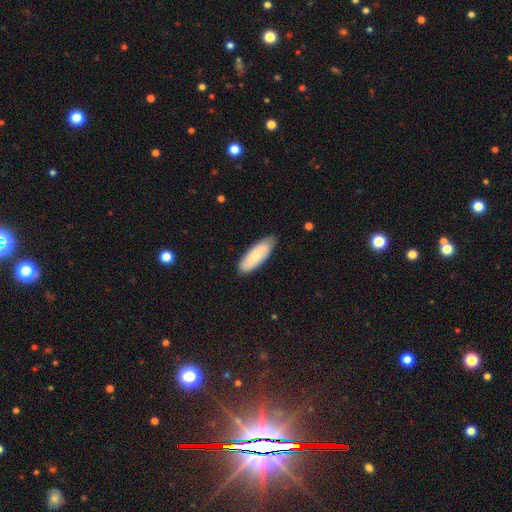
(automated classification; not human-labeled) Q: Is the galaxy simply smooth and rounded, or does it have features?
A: smooth — 68%.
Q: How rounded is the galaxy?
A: in between — 69%.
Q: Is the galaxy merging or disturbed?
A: none — 82%.